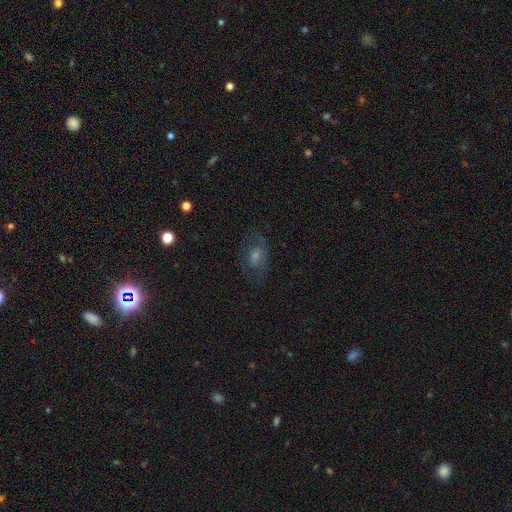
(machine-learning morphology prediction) Q: Smooth or featured?
A: featured or disk (43%); runner-up: smooth (32%)
Q: Merging?
A: none (69%); runner-up: minor disturbance (17%)